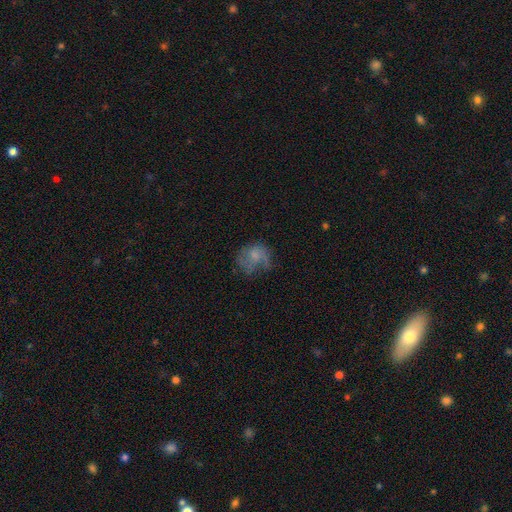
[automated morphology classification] Overall: smooth (47%; featured or disk 43%). Merging: none (42%; major disturbance 30%).